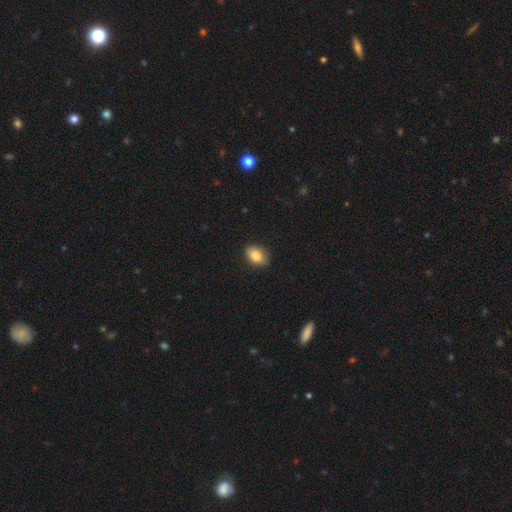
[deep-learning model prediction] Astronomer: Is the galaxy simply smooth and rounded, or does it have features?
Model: smooth — 84%.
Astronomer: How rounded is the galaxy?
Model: in between — 77%.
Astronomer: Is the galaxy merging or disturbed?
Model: none — 87%.